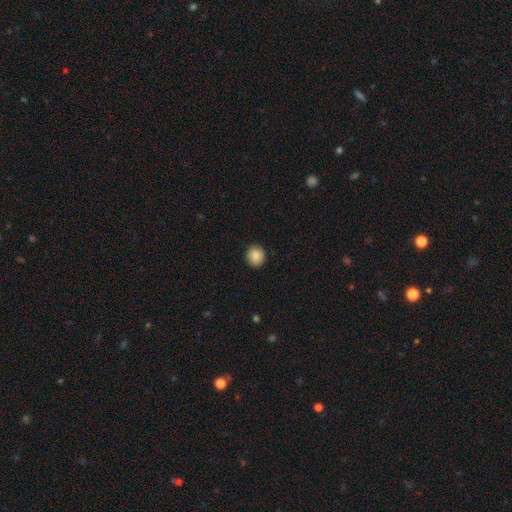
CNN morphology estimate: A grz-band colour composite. It shows a smooth galaxy with no disk features (87%) that is round (89%). Merging: none (91%).